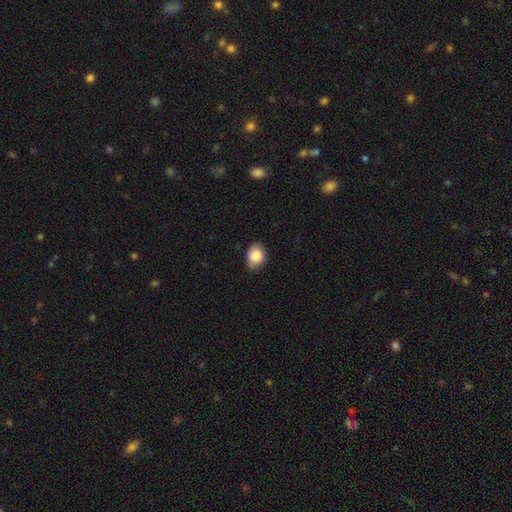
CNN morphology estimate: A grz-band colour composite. It shows a smooth galaxy with no disk features (85%) that is in between round and cigar-shaped (61%). Merging: none (75%).